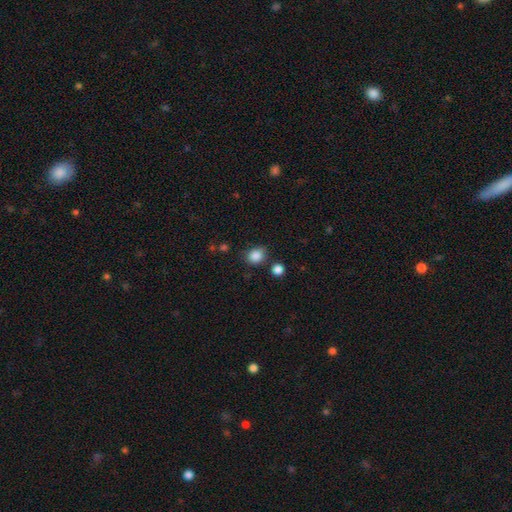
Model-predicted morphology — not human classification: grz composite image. It shows a smooth galaxy with no disk features (86%) that is round (62%). Merging: none (75%).